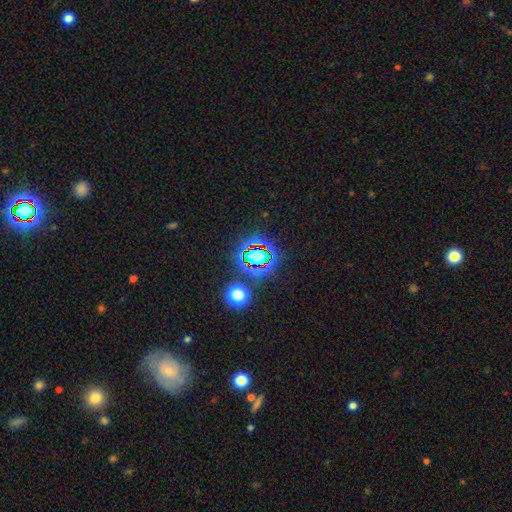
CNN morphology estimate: type=star or artifact (62%).